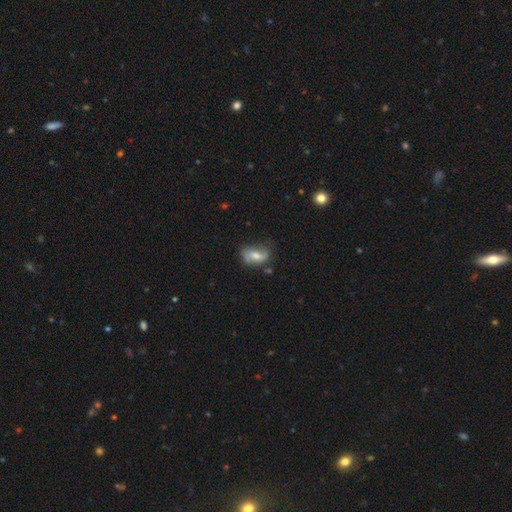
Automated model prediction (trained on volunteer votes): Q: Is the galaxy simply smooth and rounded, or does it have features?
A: featured or disk — 46%.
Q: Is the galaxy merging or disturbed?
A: none — 52%.